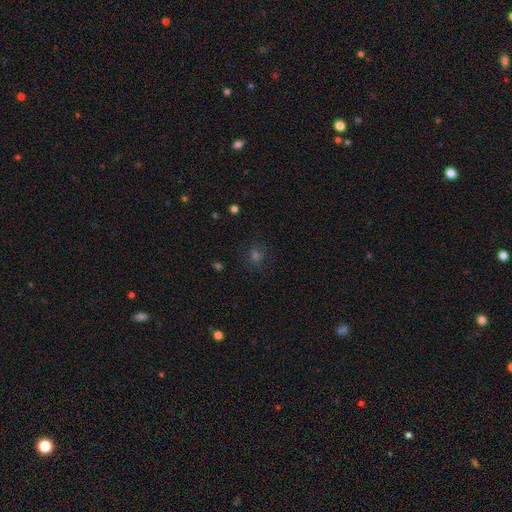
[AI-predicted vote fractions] Smooth or featured?
  - smooth: 54% *
  - star or artifact: 36%
  - featured or disk: 10%
How rounded?
  - round: 81% *
  - in between: 18%
  - cigar-shaped: 1%
Merging?
  - none: 82% *
  - minor disturbance: 11%
  - major disturbance: 5%
  - merger: 2%